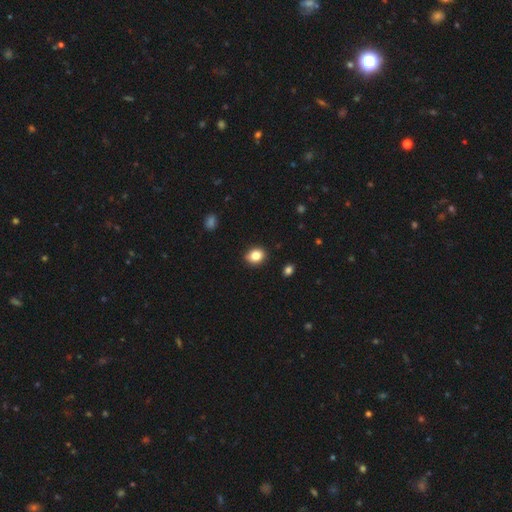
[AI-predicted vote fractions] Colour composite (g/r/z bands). It shows a smooth galaxy with no disk features (83%) that is round (52%). Merging: none (87%).